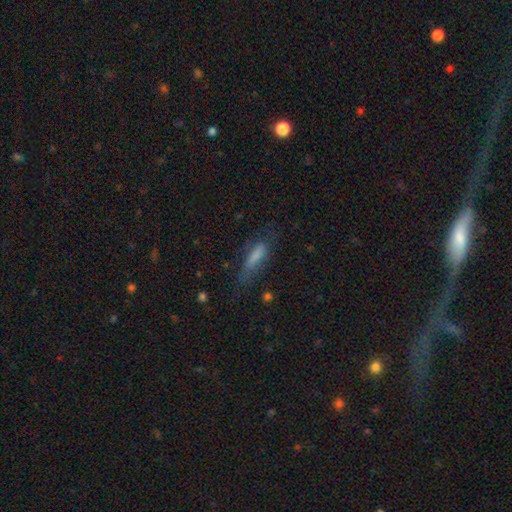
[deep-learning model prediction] Q: Smooth or featured?
A: smooth (66%); runner-up: featured or disk (23%)
Q: How rounded?
A: cigar-shaped (65%); runner-up: in between (33%)
Q: Merging?
A: none (57%); runner-up: minor disturbance (26%)